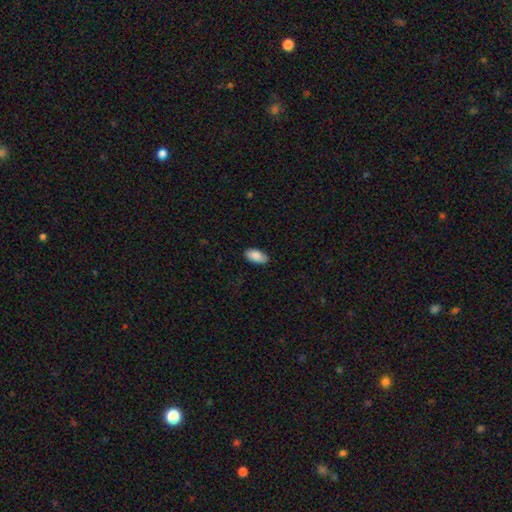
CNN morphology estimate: This is clearly a smooth galaxy (89%). How rounded: clearly in between (94%). Merging: clearly none (83%).